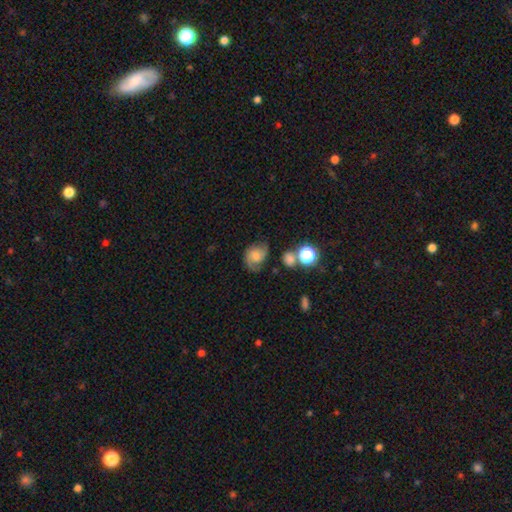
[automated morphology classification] smooth-or-featured: featured or disk: 57% | smooth: 32% | star or artifact: 11%
  disk-edge-on: no: 97% | yes: 3%
    bar: no: 67% | weak: 28% | strong: 5%
    has-spiral-arms: yes: 91% | no: 9%
      spiral-winding: medium: 48% | tight: 26% | loose: 26%
      spiral-arm-count: 2: 80% | can't tell: 9% | 1: 6% | 3: 3% | 4: 1% | more than 4: 1%
    bulge-size: moderate: 45% | small: 33% | none: 10% | large: 9% | dominant: 2%
  merging: none: 60% | minor disturbance: 24% | major disturbance: 11% | merger: 4%